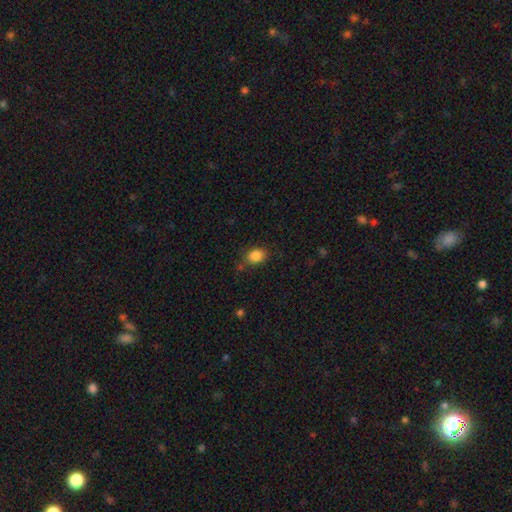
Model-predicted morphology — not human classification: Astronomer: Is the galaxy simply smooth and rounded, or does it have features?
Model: smooth — 85%.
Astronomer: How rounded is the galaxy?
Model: in between — 54% (runner-up: round, 44%).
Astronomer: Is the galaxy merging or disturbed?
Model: none — 77%.